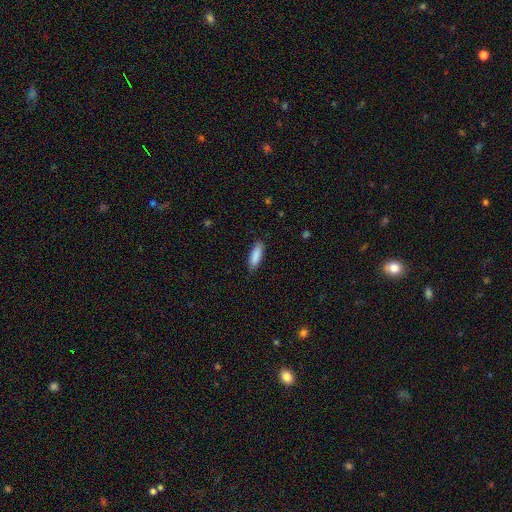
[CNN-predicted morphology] Smooth or featured? Predicted: smooth (p=0.89). How rounded? Predicted: in between (p=0.56). Merging? Predicted: none (p=0.86).